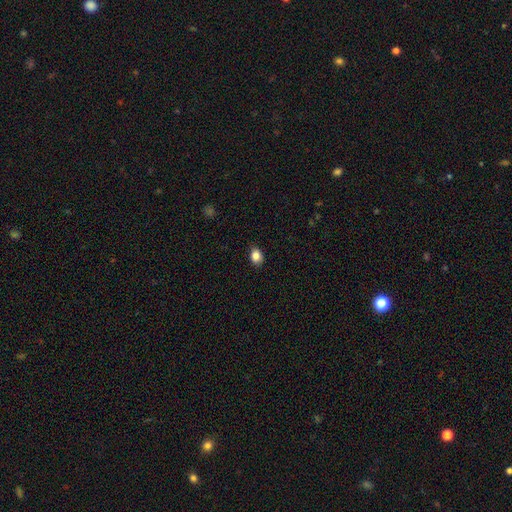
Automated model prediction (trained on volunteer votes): A smooth galaxy with no disk features (85%) that is in between round and cigar-shaped (64%). Merging: none (85%).